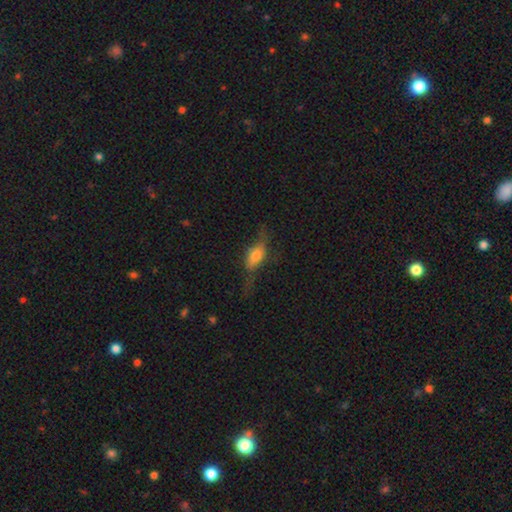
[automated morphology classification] smooth-or-featured: smooth: 57% | featured or disk: 34% | star or artifact: 9%
  how-rounded: in between: 74% | cigar-shaped: 21% | round: 6%
  merging: none: 43% | major disturbance: 28% | minor disturbance: 26% | merger: 2%